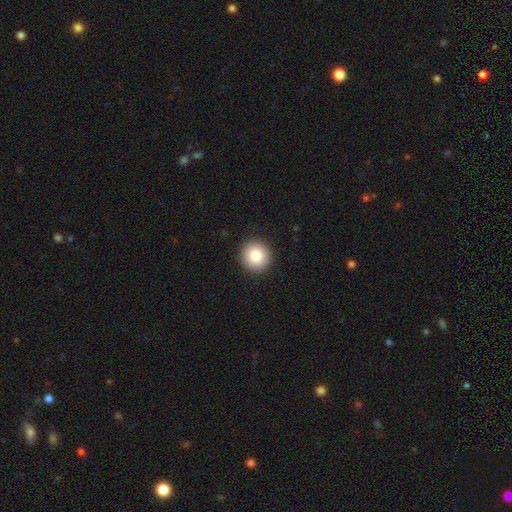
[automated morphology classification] Smooth or featured? Predicted: smooth (p=0.85). How rounded? Predicted: round (p=0.94). Merging? Predicted: none (p=0.93).